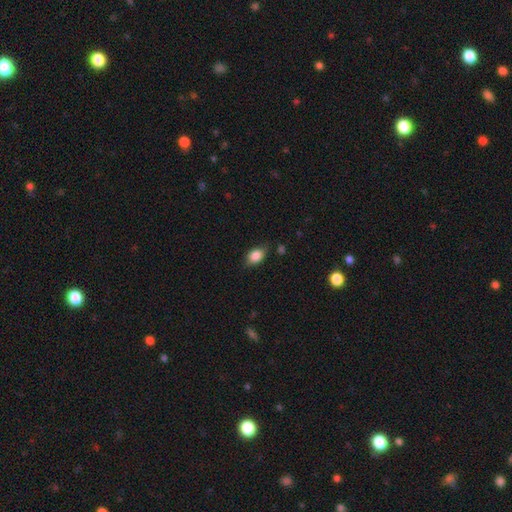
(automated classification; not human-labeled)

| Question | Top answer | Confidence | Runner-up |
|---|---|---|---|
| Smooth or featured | smooth | 84% | star or artifact (8%) |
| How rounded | in between | 82% | round (15%) |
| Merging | none | 74% | minor disturbance (20%) |